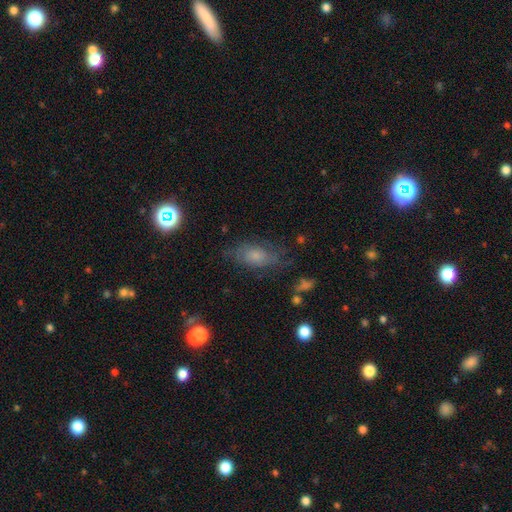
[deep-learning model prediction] Smooth or featured?
  - smooth: 46% *
  - featured or disk: 39%
  - star or artifact: 15%
Merging?
  - none: 65% *
  - minor disturbance: 21%
  - major disturbance: 12%
  - merger: 2%